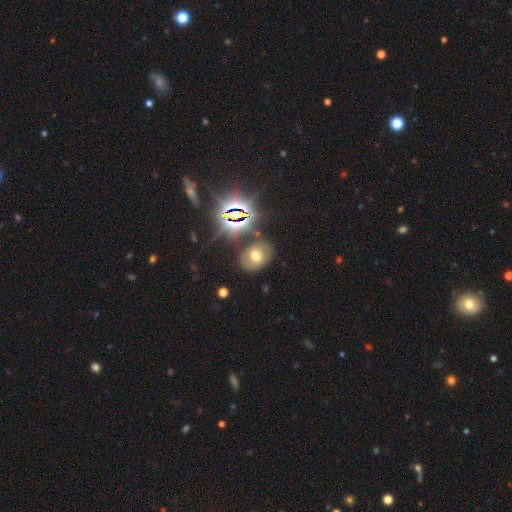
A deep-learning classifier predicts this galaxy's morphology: Overall: smooth (51%; star or artifact 29%). How rounded: in between (62%; round 37%). Merging: none (76%).